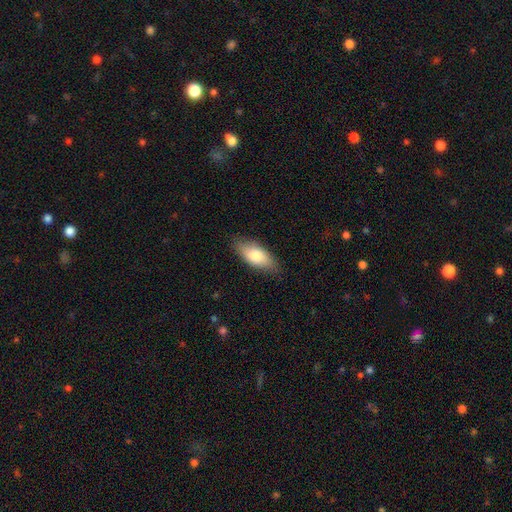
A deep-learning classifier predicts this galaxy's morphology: A smooth galaxy with no disk features (75%) that is in between round and cigar-shaped (84%).

Vote fractions:
- Smooth or featured? smooth: 75% / featured or disk: 19% / star or artifact: 6%
- How rounded? in between: 84% / cigar-shaped: 13% / round: 3%
- Merging? none: 82% / minor disturbance: 14% / major disturbance: 3% / merger: 1%